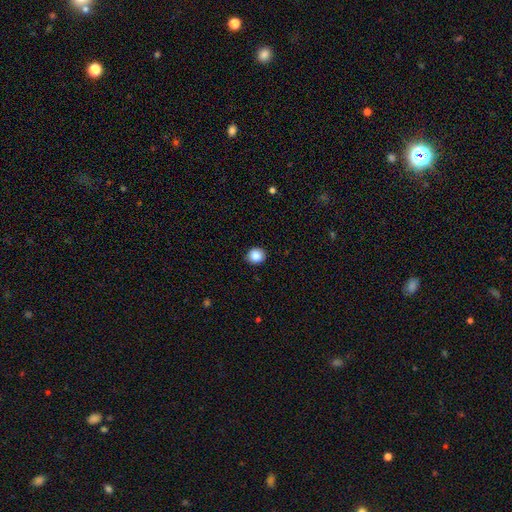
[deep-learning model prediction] Smooth or featured: smooth — 87% (star or artifact — 9%)
How rounded: round — 85% (in between — 14%)
Merging: none — 91% (minor disturbance — 7%)